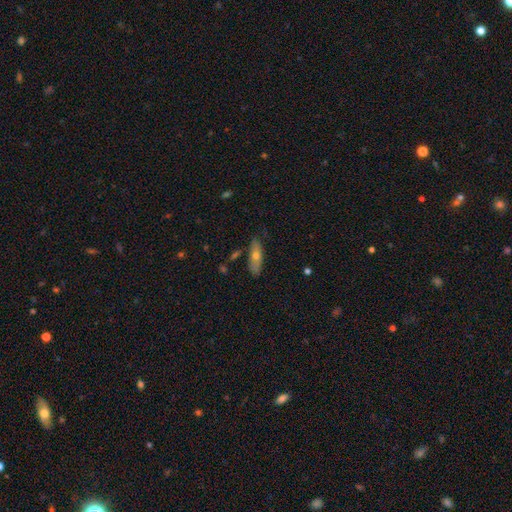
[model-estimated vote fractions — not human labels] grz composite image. It shows a smooth galaxy with no disk features (55%) that is cigar-shaped (50%). Merging: none (80%).